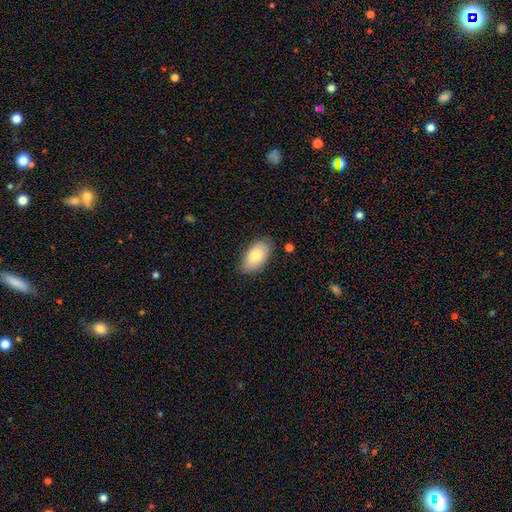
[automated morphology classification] A smooth galaxy with no disk features (78%) that is in between round and cigar-shaped (94%). Merging: none (80%).